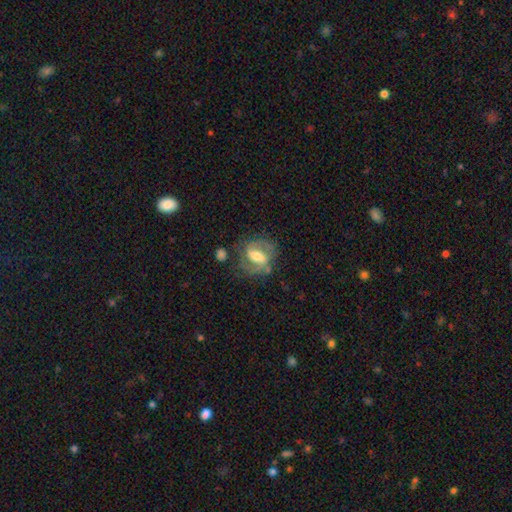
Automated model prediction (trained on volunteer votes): A featured or disk galaxy (77%) with a weak bar (43%), 2 (84%) medium (50%) spiral arms (89%) and a moderate central bulge (57%).

Vote fractions:
- Smooth or featured? featured or disk: 77% / smooth: 16% / star or artifact: 7%
- Edge-on disk? no: 96% / yes: 4%
- Bar? weak: 43% / strong: 39% / no: 17%
- Spiral arms? yes: 89% / no: 11%
- Spiral winding? medium: 50% / tight: 32% / loose: 17%
- Spiral arm count? 2: 84% / can't tell: 8% / 1: 3% / 3: 2% / 4: 1% / more than 4: 1%
- Bulge size? moderate: 57% / small: 22% / large: 16% / none: 3% / dominant: 2%
- Merging? none: 69% / minor disturbance: 18% / major disturbance: 9% / merger: 4%